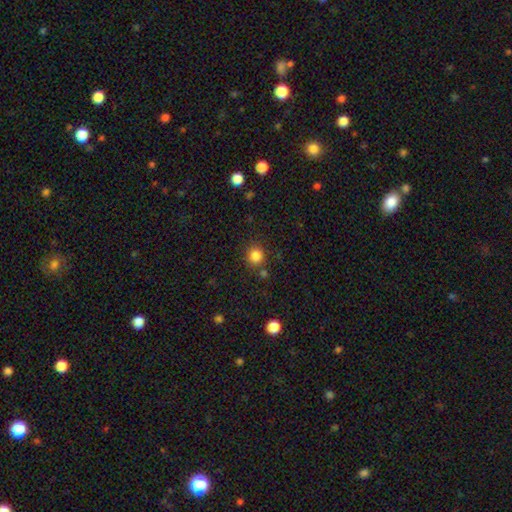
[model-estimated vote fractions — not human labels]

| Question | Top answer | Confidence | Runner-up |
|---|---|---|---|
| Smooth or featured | smooth | 84% | star or artifact (12%) |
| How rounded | round | 91% | in between (8%) |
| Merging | none | 82% | minor disturbance (9%) |